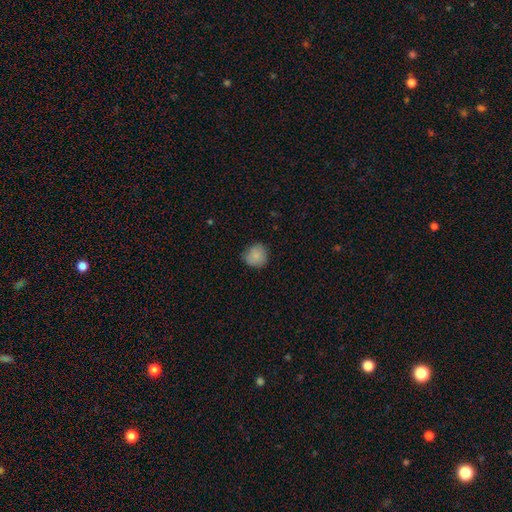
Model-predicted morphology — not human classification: A smooth galaxy with no disk features (86%) that is round (88%). Merging: none (77%).